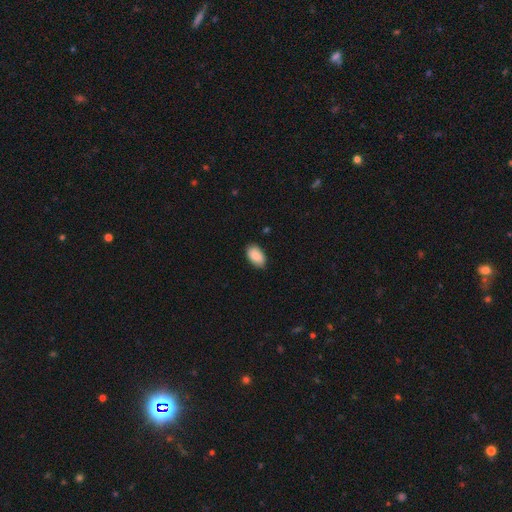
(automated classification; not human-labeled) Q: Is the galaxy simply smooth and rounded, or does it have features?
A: smooth — 89%.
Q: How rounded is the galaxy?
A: in between — 94%.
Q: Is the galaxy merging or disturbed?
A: none — 83%.